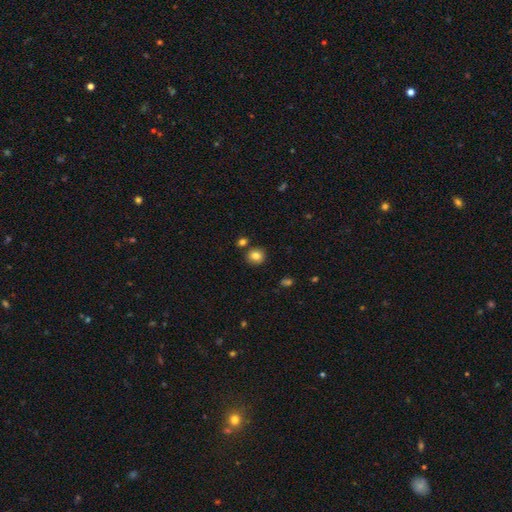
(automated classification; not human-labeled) The model was most divided on "how rounded": round: 82%, in between: 17%, cigar-shaped: 1%. More confident: merging — none (83%); smooth or featured — smooth (82%).